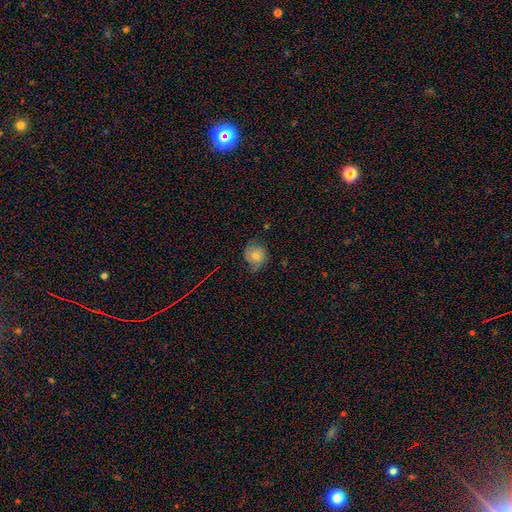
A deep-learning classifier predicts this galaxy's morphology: smooth_or_featured: smooth (p=0.71) [alt: featured or disk p=0.19]
how_rounded: round (p=0.79) [alt: in between p=0.20]
merging: none (p=0.66) [alt: minor disturbance p=0.26]